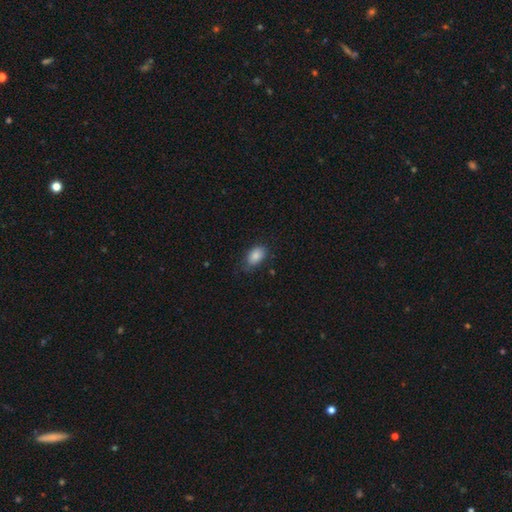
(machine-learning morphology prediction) Smooth or featured? smooth (86%)
How rounded? in between (90%)
Merging? none (72%)